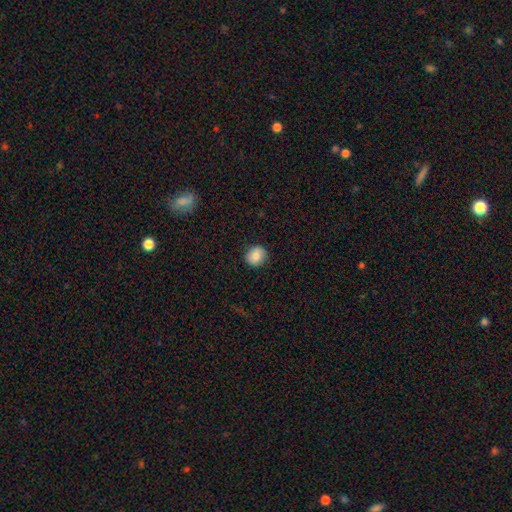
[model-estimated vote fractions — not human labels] Q: Smooth or featured?
A: smooth (83%); runner-up: featured or disk (9%)
Q: How rounded?
A: round (85%); runner-up: in between (14%)
Q: Merging?
A: none (87%); runner-up: minor disturbance (10%)